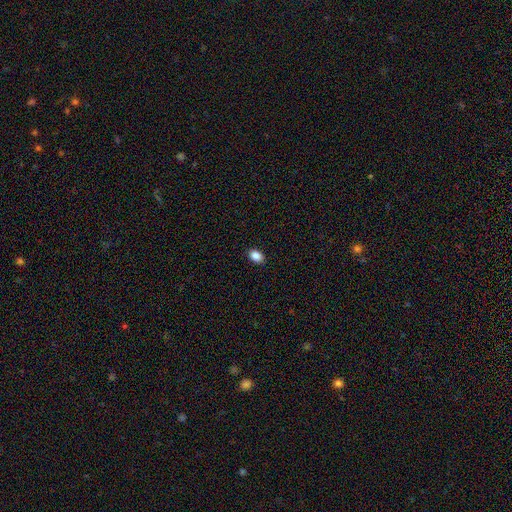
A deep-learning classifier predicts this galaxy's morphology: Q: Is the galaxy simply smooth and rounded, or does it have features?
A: smooth — 88%.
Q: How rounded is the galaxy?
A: in between — 83%.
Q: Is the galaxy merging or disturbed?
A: none — 90%.